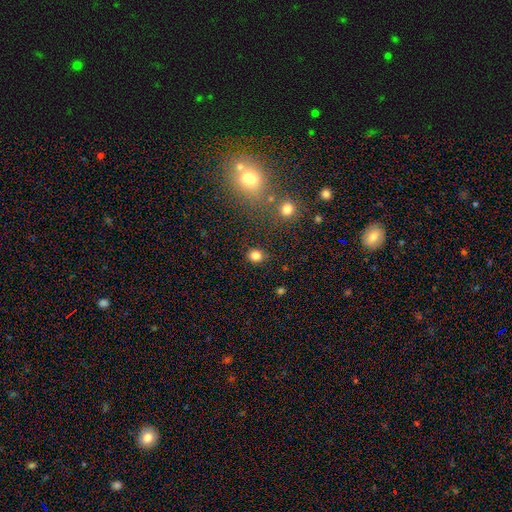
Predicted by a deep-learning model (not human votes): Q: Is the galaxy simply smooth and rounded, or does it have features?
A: smooth — 82%.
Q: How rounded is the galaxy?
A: round — 76%.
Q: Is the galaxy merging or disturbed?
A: none — 87%.